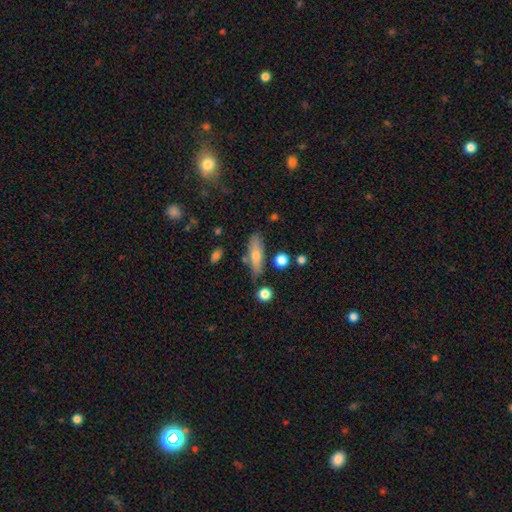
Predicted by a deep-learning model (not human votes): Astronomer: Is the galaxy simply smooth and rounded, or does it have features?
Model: smooth — 64%.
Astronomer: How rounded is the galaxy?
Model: cigar-shaped — 54% (runner-up: in between, 43%).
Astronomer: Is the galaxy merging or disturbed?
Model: none — 78%.